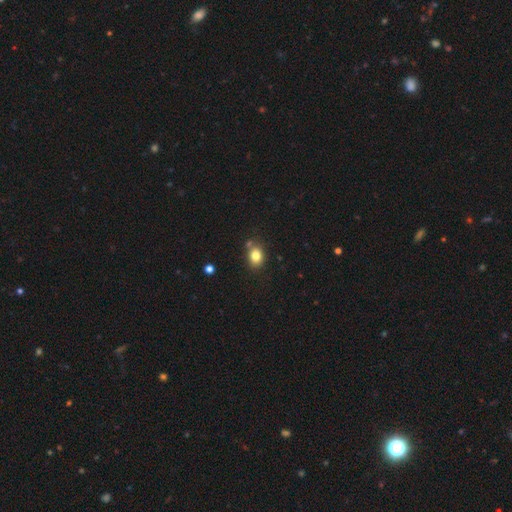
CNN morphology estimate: Smooth or featured: smooth — 81% (star or artifact — 11%)
How rounded: in between — 56% (round — 43%)
Merging: none — 73% (minor disturbance — 14%)